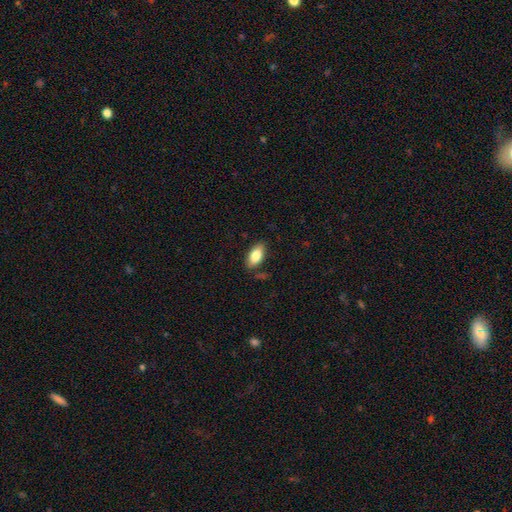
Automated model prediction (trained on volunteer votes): Smooth or featured?
  - smooth: 82% *
  - featured or disk: 12%
  - star or artifact: 7%
How rounded?
  - in between: 90% *
  - cigar-shaped: 7%
  - round: 3%
Merging?
  - none: 82% *
  - minor disturbance: 13%
  - major disturbance: 3%
  - merger: 2%